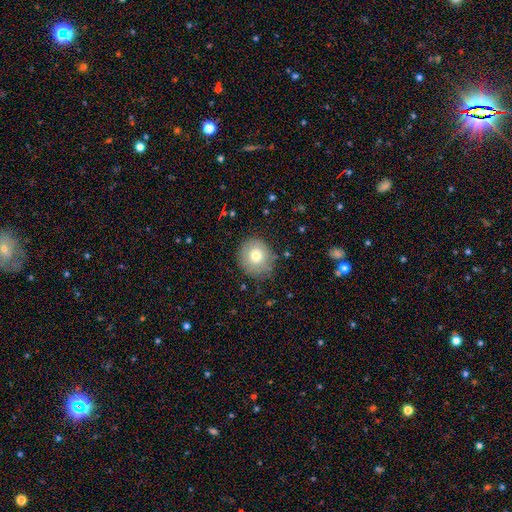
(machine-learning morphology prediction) Smooth or featured?
  - smooth: 73% *
  - featured or disk: 17%
  - star or artifact: 10%
How rounded?
  - round: 86% *
  - in between: 13%
  - cigar-shaped: 1%
Merging?
  - none: 78% *
  - minor disturbance: 16%
  - major disturbance: 4%
  - merger: 2%